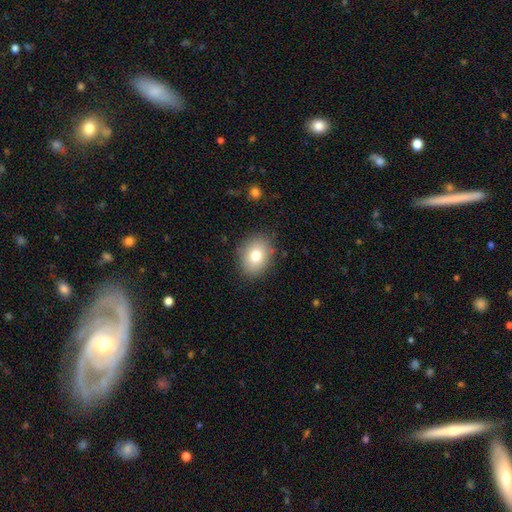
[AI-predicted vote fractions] A smooth galaxy with no disk features (78%) that is in between round and cigar-shaped (53%). Merging: none (86%).